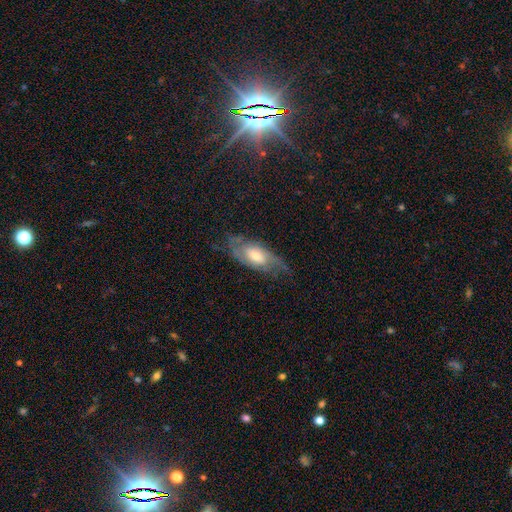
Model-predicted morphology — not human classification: The model was most divided on "bar": no: 57%, weak: 35%, strong: 7%. More confident: edge-on disk — no (85%); spiral arms — yes (84%); smooth or featured — featured or disk (66%); merging — none (66%); bulge size — moderate (60%).